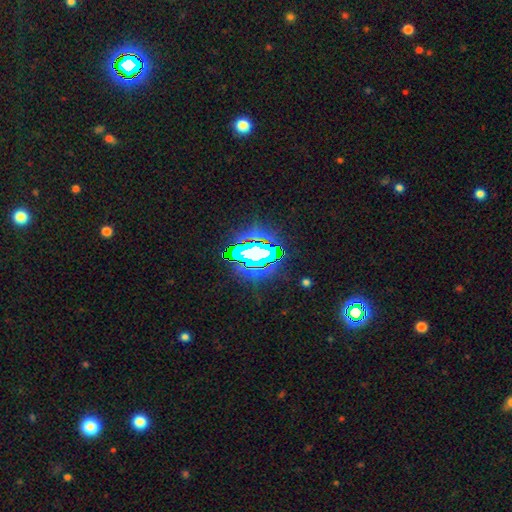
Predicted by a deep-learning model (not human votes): smooth-or-featured: star or artifact: 67% | featured or disk: 17% | smooth: 16%